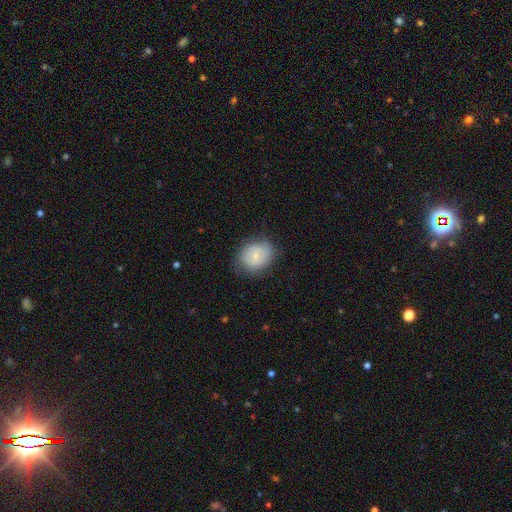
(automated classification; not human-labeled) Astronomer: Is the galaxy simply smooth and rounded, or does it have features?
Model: smooth — 67%.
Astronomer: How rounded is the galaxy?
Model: round — 56% (runner-up: in between, 43%).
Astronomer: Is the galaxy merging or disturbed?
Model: none — 72%.